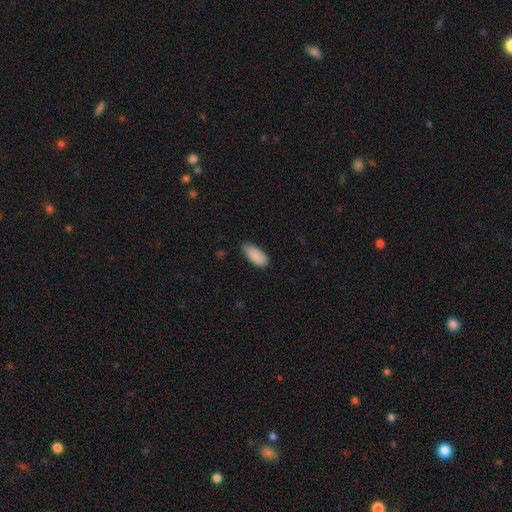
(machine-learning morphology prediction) smooth_or_featured: smooth (p=0.89) [alt: star or artifact p=0.06]
how_rounded: in between (p=0.90) [alt: cigar-shaped p=0.08]
merging: none (p=0.69) [alt: minor disturbance p=0.26]